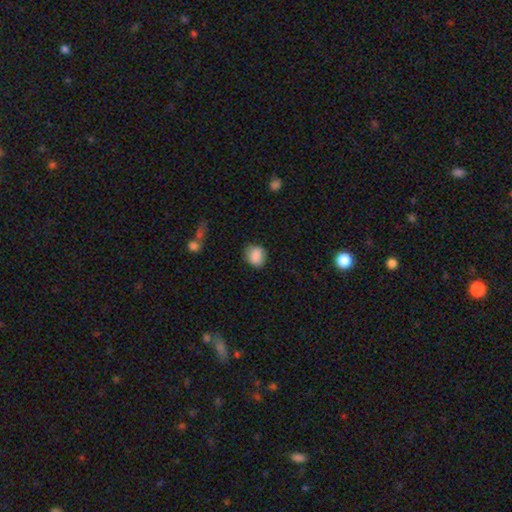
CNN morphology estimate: Smooth or featured? Predicted: smooth (p=0.86). How rounded? Predicted: round (p=0.56). Merging? Predicted: none (p=0.77).